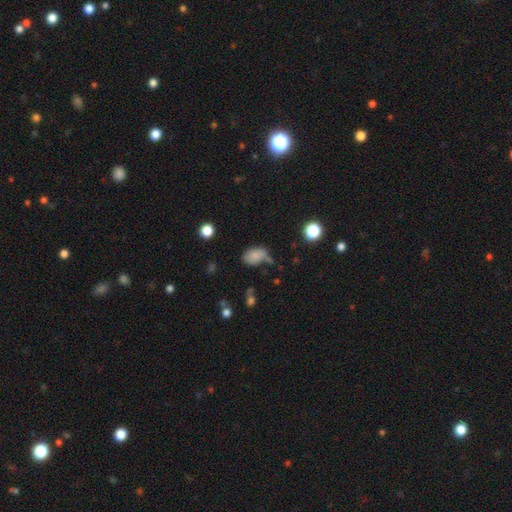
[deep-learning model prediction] Smooth or featured? Predicted: smooth (p=0.81). How rounded? Predicted: in between (p=0.86). Merging? Predicted: none (p=0.49).